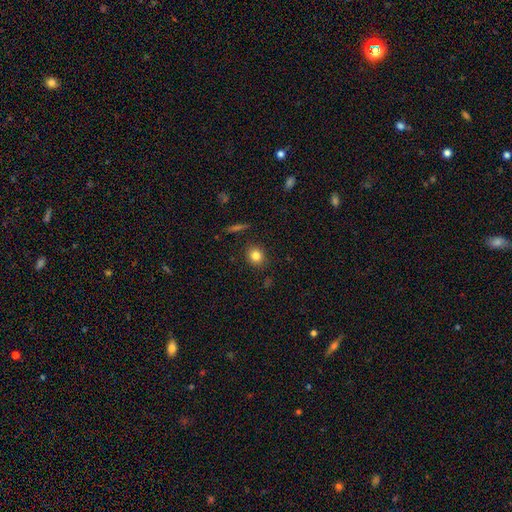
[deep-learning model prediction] Smooth or featured: smooth — 82% (star or artifact — 11%)
How rounded: round — 80% (in between — 19%)
Merging: none — 89% (minor disturbance — 8%)